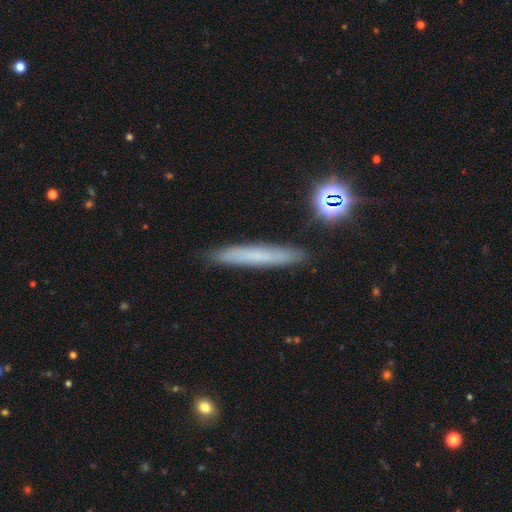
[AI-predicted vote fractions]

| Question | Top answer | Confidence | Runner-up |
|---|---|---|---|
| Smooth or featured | smooth | 60% | featured or disk (28%) |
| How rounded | cigar-shaped | 94% | in between (4%) |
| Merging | none | 89% | minor disturbance (8%) |